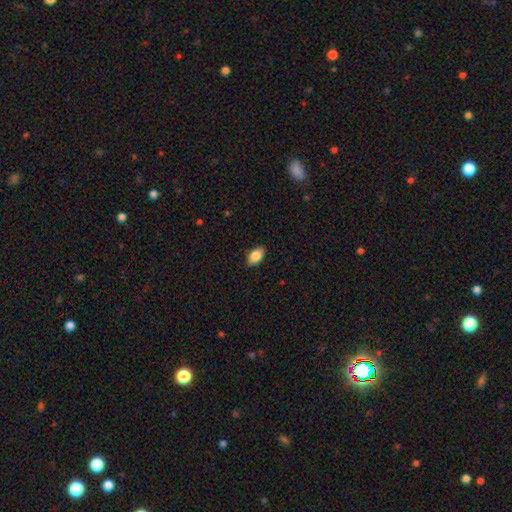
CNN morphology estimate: Smooth or featured? smooth (85%)
How rounded? in between (93%)
Merging? none (88%)